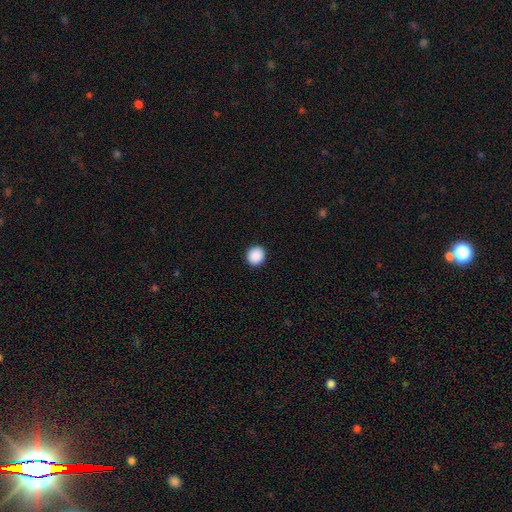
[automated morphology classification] The model was most divided on "smooth or featured": smooth: 89%, star or artifact: 8%, featured or disk: 2%. More confident: merging — none (93%); how rounded — round (91%).